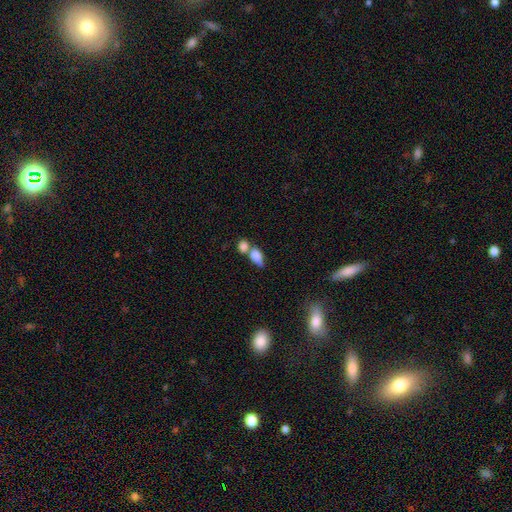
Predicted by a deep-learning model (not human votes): Smooth or featured: smooth — 81% (featured or disk — 11%)
How rounded: in between — 81% (round — 14%)
Merging: merger — 58% (none — 25%)